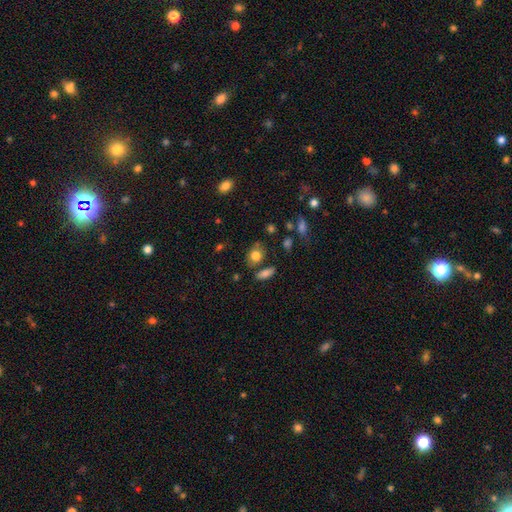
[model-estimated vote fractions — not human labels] Q: Smooth or featured?
A: smooth (79%); runner-up: featured or disk (11%)
Q: How rounded?
A: in between (61%); runner-up: round (36%)
Q: Merging?
A: none (67%); runner-up: minor disturbance (18%)